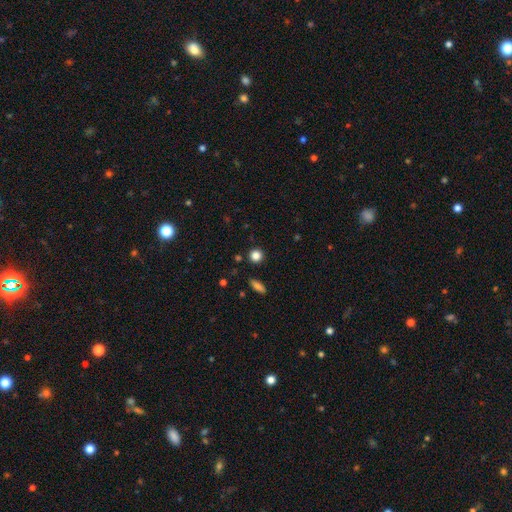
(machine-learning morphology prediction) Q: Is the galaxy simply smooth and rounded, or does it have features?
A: smooth — 83%.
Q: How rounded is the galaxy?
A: round — 91%.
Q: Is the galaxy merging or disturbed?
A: none — 90%.